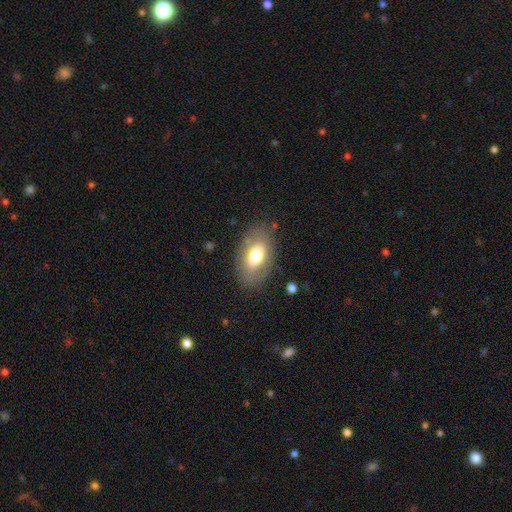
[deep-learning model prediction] Smooth or featured: smooth — 67% (featured or disk — 26%)
How rounded: in between — 91% (round — 7%)
Merging: none — 81% (minor disturbance — 13%)